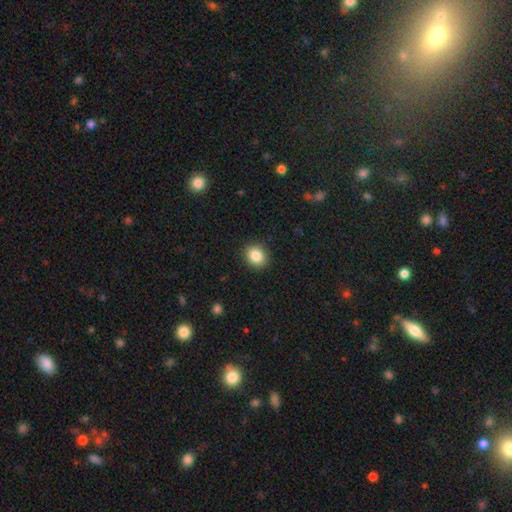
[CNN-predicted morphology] A smooth galaxy with no disk features (85%) that is round (62%).

Vote fractions:
- Smooth or featured? smooth: 85% / star or artifact: 9% / featured or disk: 5%
- How rounded? round: 62% / in between: 37% / cigar-shaped: 1%
- Merging? none: 90% / minor disturbance: 7% / major disturbance: 2% / merger: 1%